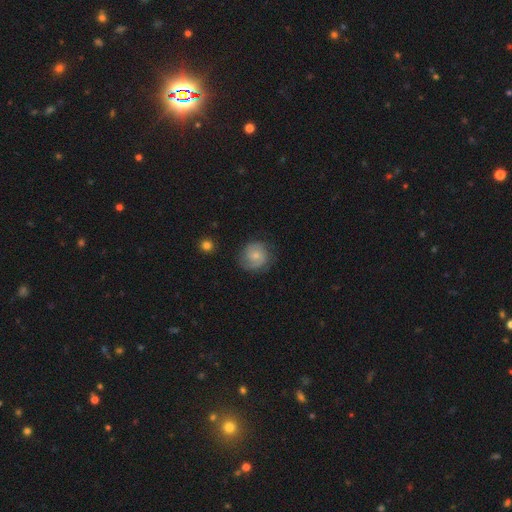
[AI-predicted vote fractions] Q: Smooth or featured?
A: featured or disk (53%); runner-up: smooth (40%)
Q: Edge-on disk?
A: no (98%); runner-up: yes (2%)
Q: Bar?
A: no (67%); runner-up: weak (29%)
Q: Spiral arms?
A: yes (89%); runner-up: no (11%)
Q: Bulge size?
A: small (58%); runner-up: moderate (31%)
Q: Merging?
A: none (75%); runner-up: minor disturbance (18%)